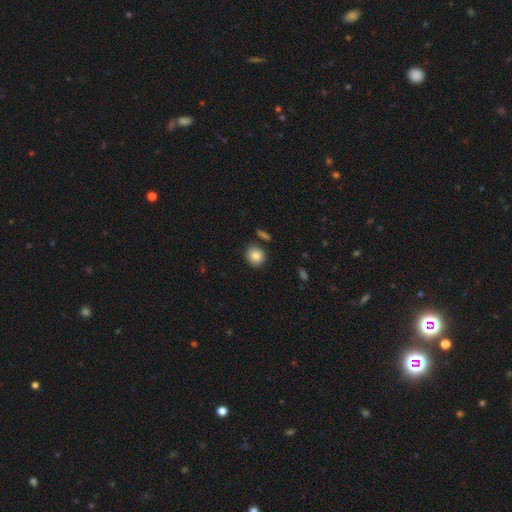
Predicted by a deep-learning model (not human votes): smooth-or-featured: smooth: 87% | star or artifact: 8% | featured or disk: 5%
  how-rounded: round: 86% | in between: 13% | cigar-shaped: 1%
  merging: none: 82% | minor disturbance: 10% | merger: 5% | major disturbance: 3%